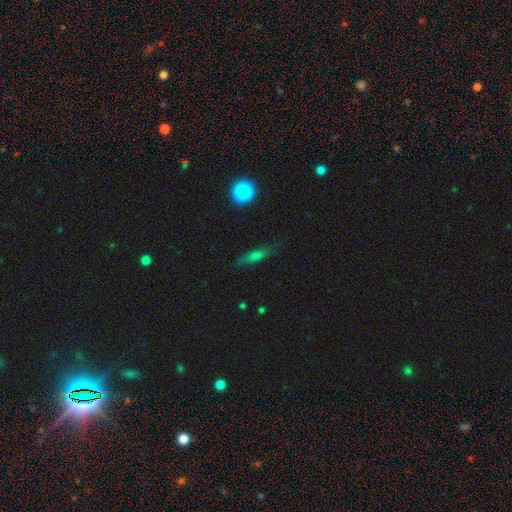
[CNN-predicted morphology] This appears to be a smooth galaxy with no disk features (63%) that is cigar-shaped (61%). Merging: none (76%).